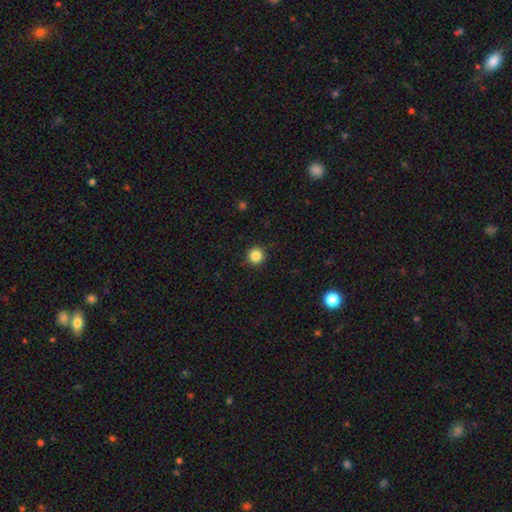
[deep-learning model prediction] This is clearly a smooth galaxy (85%). How rounded: clearly round (96%). Merging: clearly none (91%).